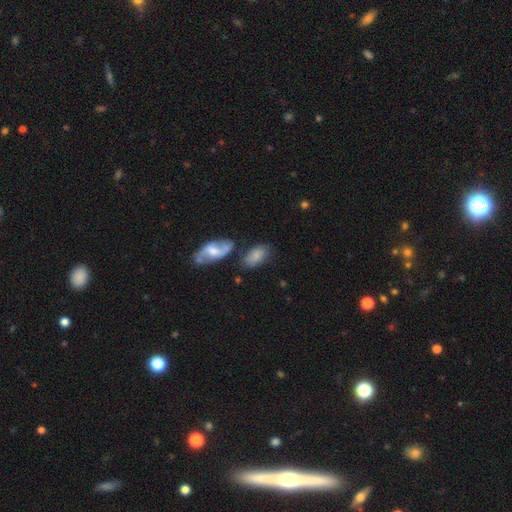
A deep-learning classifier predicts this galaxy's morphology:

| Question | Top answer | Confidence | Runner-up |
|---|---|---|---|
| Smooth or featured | smooth | 70% | featured or disk (22%) |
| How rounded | in between | 92% | round (5%) |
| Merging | none | 56% | minor disturbance (22%) |